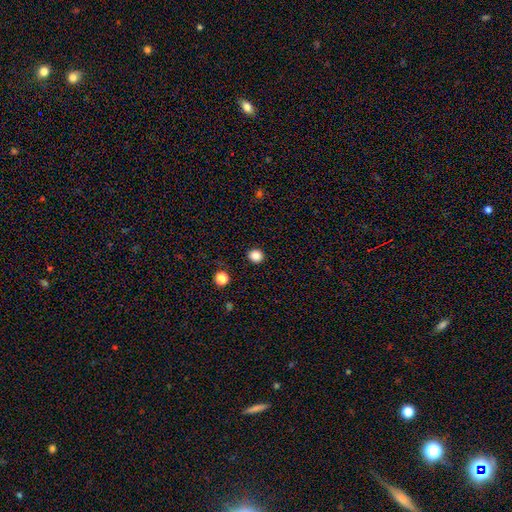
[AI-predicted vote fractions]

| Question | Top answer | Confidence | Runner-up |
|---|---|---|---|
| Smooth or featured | smooth | 85% | star or artifact (11%) |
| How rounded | round | 89% | in between (11%) |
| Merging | none | 92% | minor disturbance (5%) |